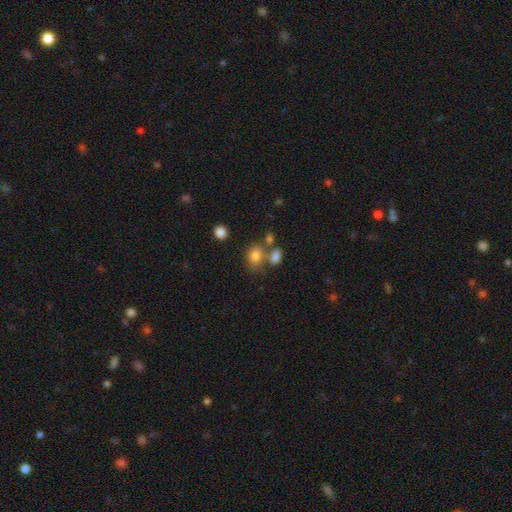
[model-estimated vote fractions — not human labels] Smooth or featured? Predicted: smooth (p=0.79). How rounded? Predicted: in between (p=0.49, tied with round). Merging? Predicted: none (p=0.51).